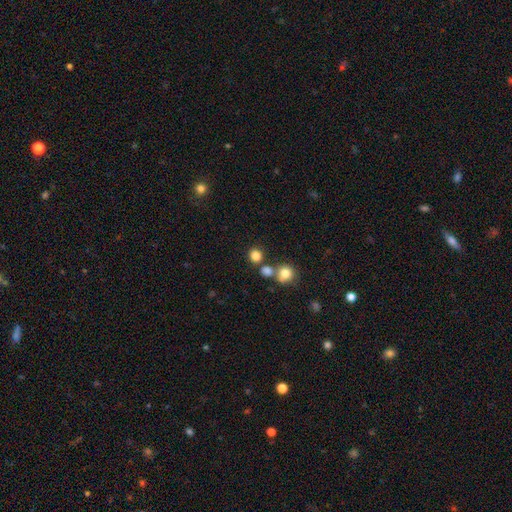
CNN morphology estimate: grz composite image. It shows a smooth galaxy with no disk features (80%) that is round (87%). Merging: none (73%).